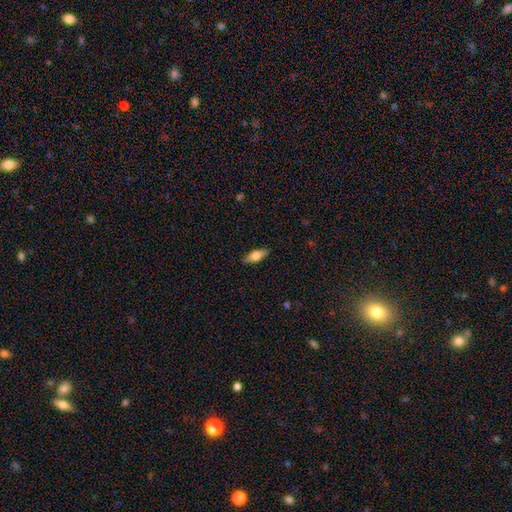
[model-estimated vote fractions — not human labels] Overall: smooth (69%). How rounded: in between (68%; cigar-shaped 29%). Merging: none (88%).